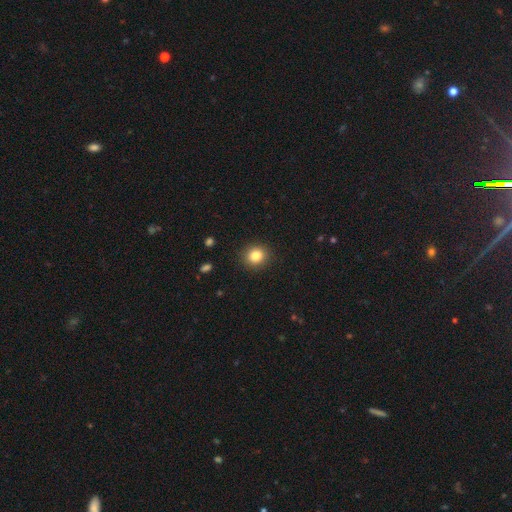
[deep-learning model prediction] Smooth or featured: smooth — 83% (star or artifact — 11%)
How rounded: round — 85% (in between — 14%)
Merging: none — 91% (minor disturbance — 6%)